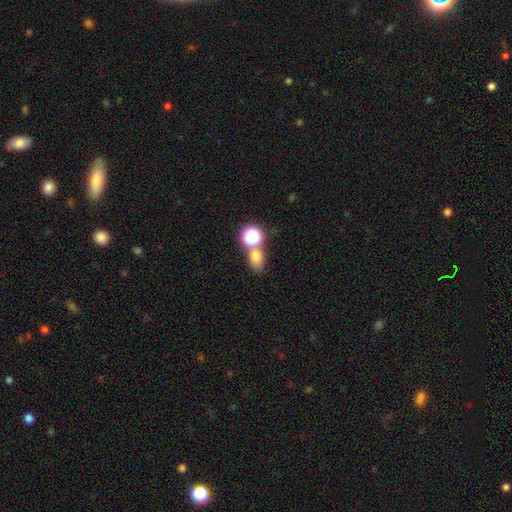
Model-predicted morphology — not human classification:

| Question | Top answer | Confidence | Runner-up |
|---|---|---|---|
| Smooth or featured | smooth | 71% | star or artifact (19%) |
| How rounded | in between | 62% | round (36%) |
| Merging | none | 51% | merger (34%) |